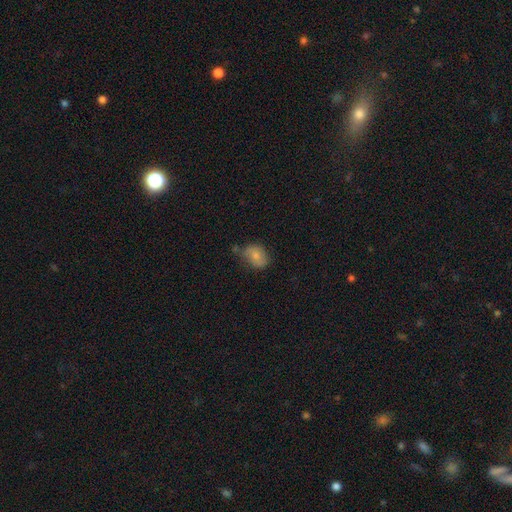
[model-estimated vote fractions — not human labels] Morphology: type=smooth (73%); roundness=in between (68%); merging=none (54%).